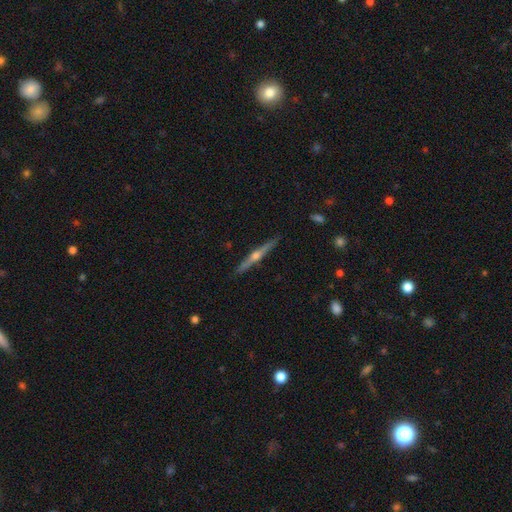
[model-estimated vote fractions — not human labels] smooth-or-featured: featured or disk: 79% | smooth: 15% | star or artifact: 6%
  disk-edge-on: yes: 98% | no: 2%
    edge-on-bulge: rounded: 92% | none: 4% | boxy: 3%
  merging: none: 91% | minor disturbance: 7% | major disturbance: 1% | merger: 1%